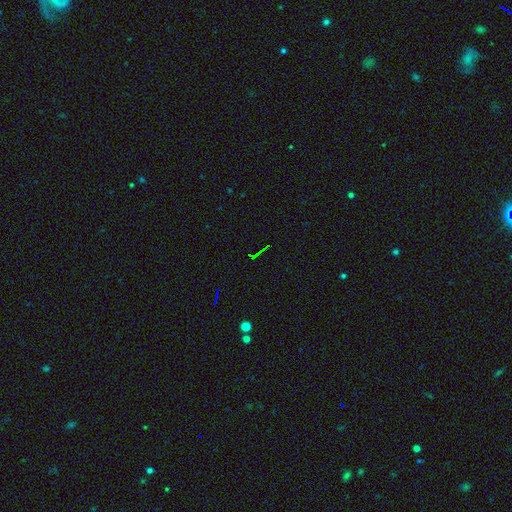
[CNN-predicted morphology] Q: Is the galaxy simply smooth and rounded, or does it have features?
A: star or artifact — 76%.